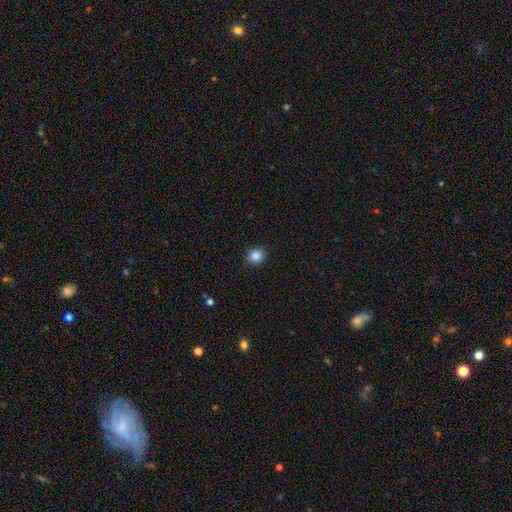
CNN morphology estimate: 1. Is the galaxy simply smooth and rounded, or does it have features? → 86% smooth, 10% star or artifact, 4% featured or disk.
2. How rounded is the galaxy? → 79% round, 21% in between, 1% cigar-shaped.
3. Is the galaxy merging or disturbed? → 91% none, 6% minor disturbance, 2% major disturbance, 1% merger.